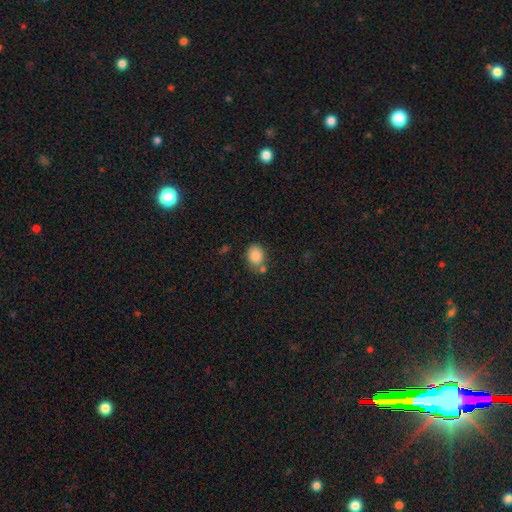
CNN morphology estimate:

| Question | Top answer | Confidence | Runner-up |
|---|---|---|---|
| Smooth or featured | smooth | 86% | star or artifact (9%) |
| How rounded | round | 50% | in between (49%) |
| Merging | none | 62% | merger (17%) |